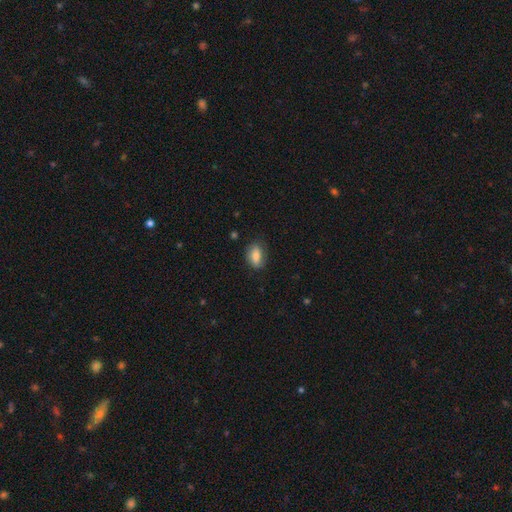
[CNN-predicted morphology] smooth-or-featured: smooth: 80% | featured or disk: 12% | star or artifact: 7%
  how-rounded: in between: 86% | round: 9% | cigar-shaped: 4%
  merging: none: 77% | minor disturbance: 18% | major disturbance: 4% | merger: 1%